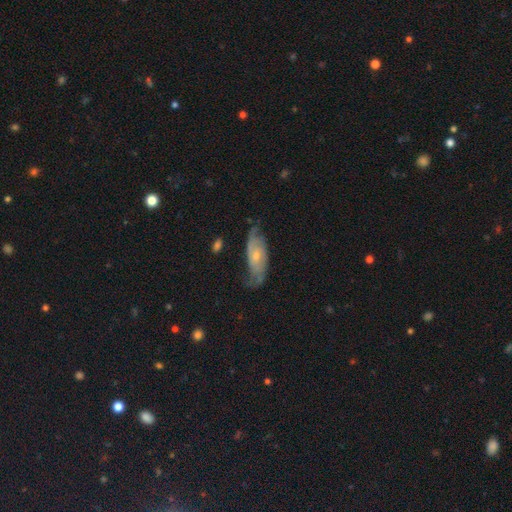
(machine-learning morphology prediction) featured or disk 73%, smooth 21%, star or artifact 6%. Down the decision tree: edge-on disk — no (90%); bar — no (69%); spiral arms — yes (90%); spiral arm count — 2 (75%); spiral winding — medium (41%); bulge size — small (61%); merging — none (65%).